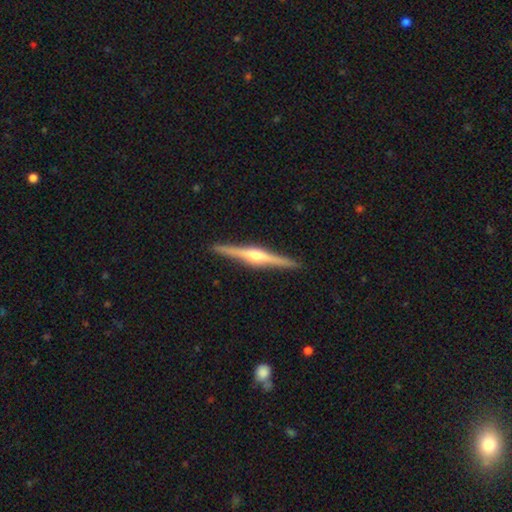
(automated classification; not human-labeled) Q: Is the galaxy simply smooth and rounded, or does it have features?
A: featured or disk — 83%.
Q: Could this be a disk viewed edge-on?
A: yes — 99%.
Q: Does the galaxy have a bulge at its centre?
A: rounded — 91%.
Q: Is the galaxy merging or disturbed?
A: none — 92%.